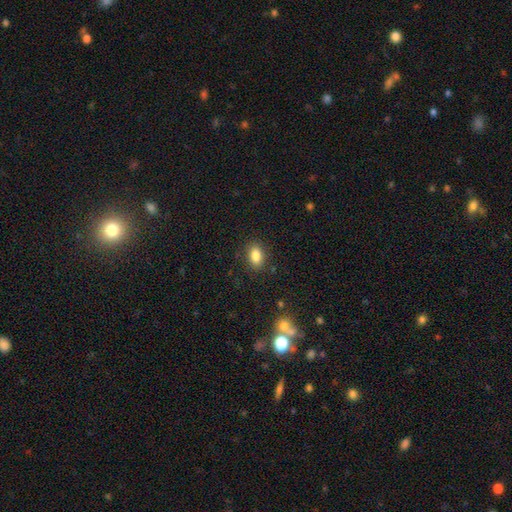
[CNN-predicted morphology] The model was most divided on "how rounded": in between: 84%, round: 14%, cigar-shaped: 2%. More confident: merging — none (87%); smooth or featured — smooth (85%).